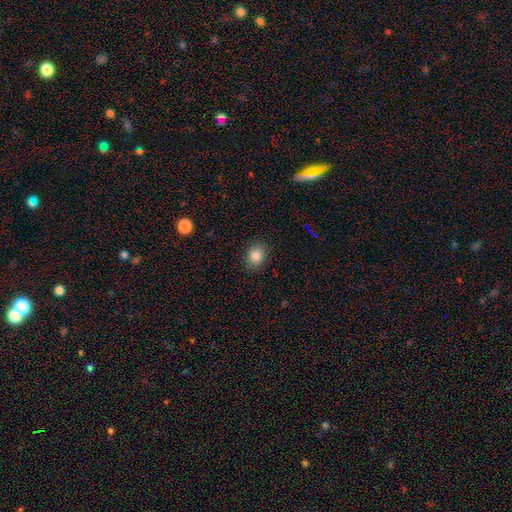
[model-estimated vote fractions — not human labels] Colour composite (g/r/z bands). It shows a smooth galaxy with no disk features (84%) that is round (56%). Merging: none (87%).